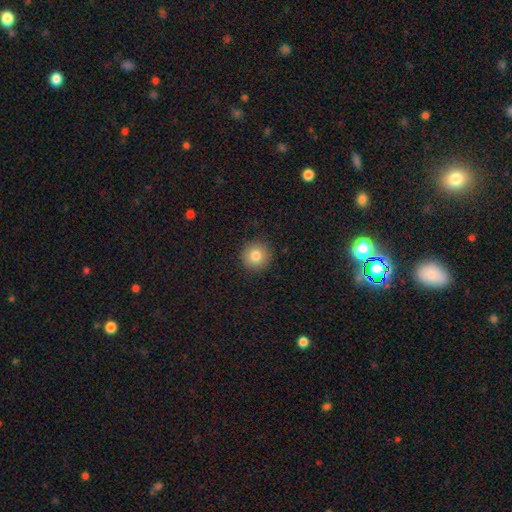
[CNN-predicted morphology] Smooth or featured: smooth — 81% (star or artifact — 10%)
How rounded: round — 95% (in between — 4%)
Merging: none — 92% (minor disturbance — 5%)